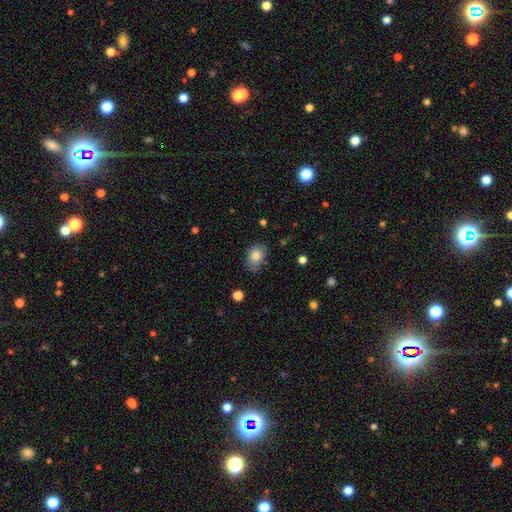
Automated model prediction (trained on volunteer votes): This appears to be a smooth galaxy with no disk features (84%) that is in between round and cigar-shaped (73%). Merging: none (71%).